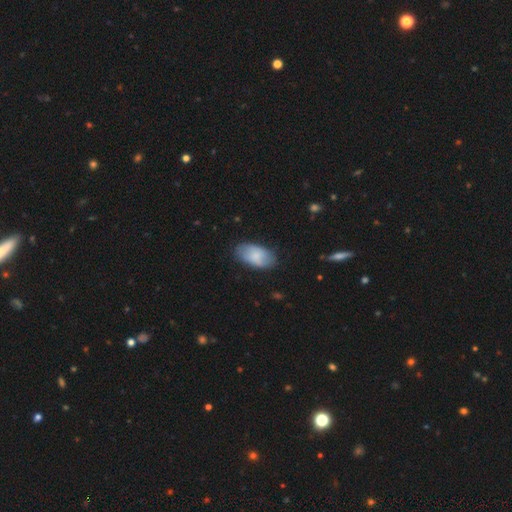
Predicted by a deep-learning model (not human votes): Smooth or featured? Predicted: smooth (p=0.76). How rounded? Predicted: in between (p=0.95). Merging? Predicted: none (p=0.76).